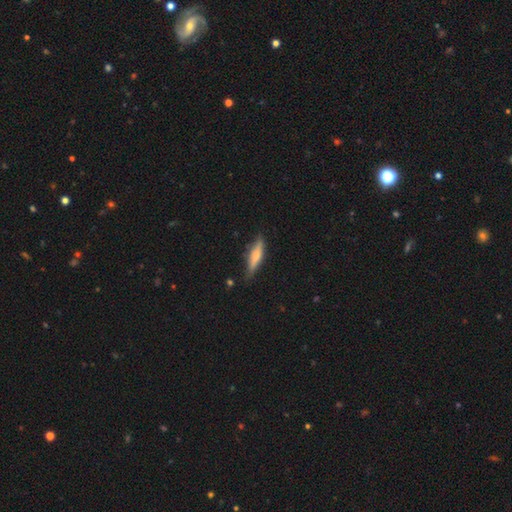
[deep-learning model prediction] Overall: smooth (53%; featured or disk 41%). How rounded: cigar-shaped (76%). Merging: none (78%).